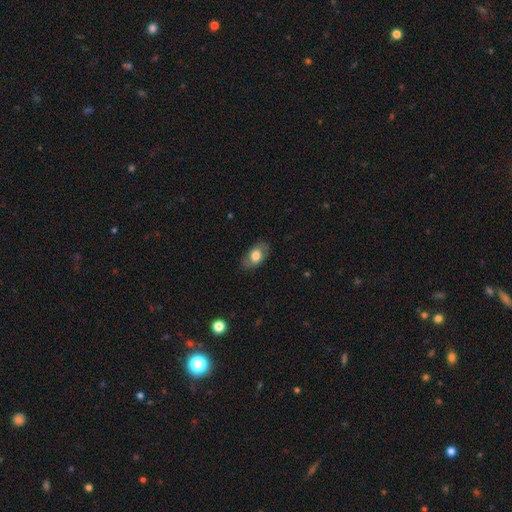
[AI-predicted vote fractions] Smooth or featured: smooth — 73% (featured or disk — 20%)
How rounded: in between — 89% (round — 9%)
Merging: none — 81% (minor disturbance — 14%)